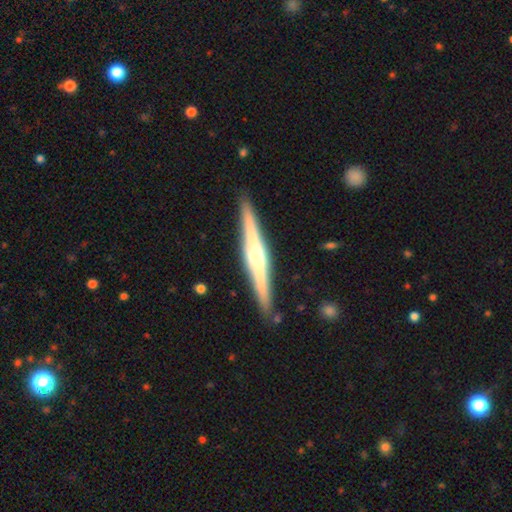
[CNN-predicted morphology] A featured or disk galaxy (80%) viewed edge-on (98%) with a rounded central bulge (83%).

Vote fractions:
- Smooth or featured? featured or disk: 80% / smooth: 15% / star or artifact: 5%
- Edge-on disk? yes: 98% / no: 2%
- Edge-on bulge? rounded: 83% / boxy: 11% / none: 6%
- Merging? none: 90% / minor disturbance: 7% / major disturbance: 1% / merger: 1%